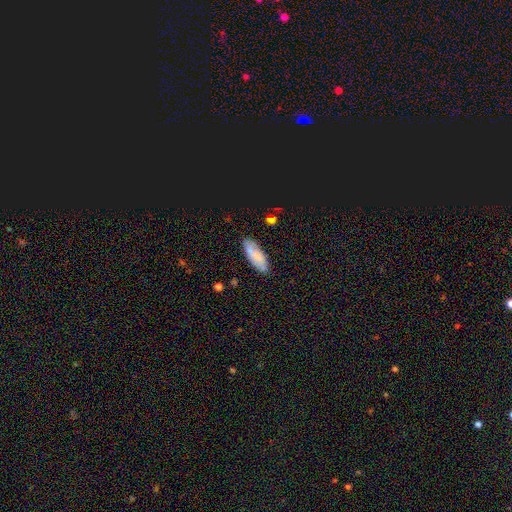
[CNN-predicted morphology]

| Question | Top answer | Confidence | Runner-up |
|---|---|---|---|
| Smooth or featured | smooth | 66% | featured or disk (27%) |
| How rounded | in between | 68% | cigar-shaped (30%) |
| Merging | none | 82% | minor disturbance (13%) |